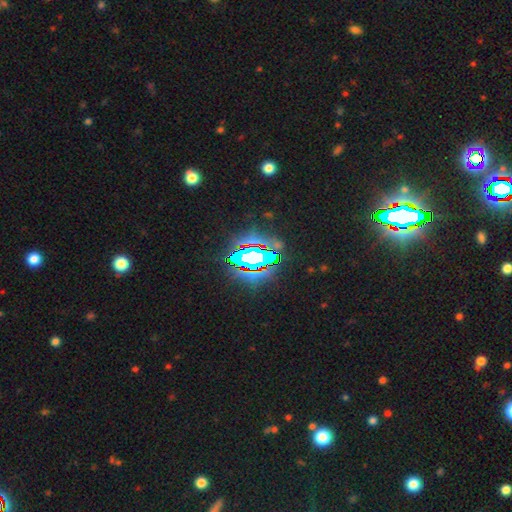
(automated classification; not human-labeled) Q: Smooth or featured?
A: star or artifact (83%); runner-up: smooth (9%)